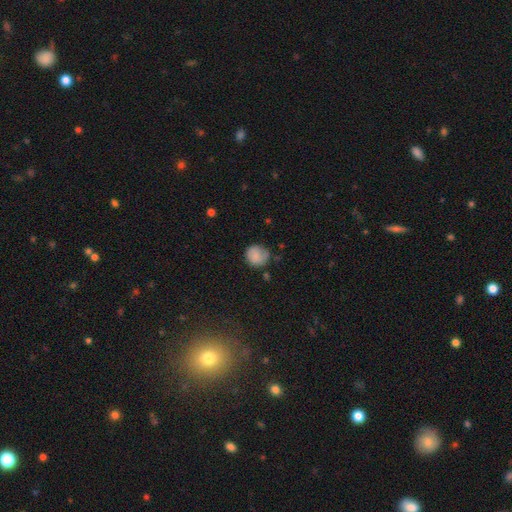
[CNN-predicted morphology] This appears to be a smooth galaxy with no disk features (79%) that is round (86%). Merging: none (65%).